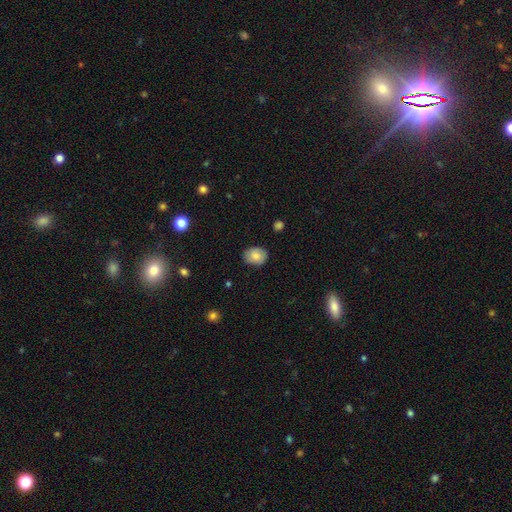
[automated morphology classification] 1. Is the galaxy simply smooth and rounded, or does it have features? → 82% smooth, 11% featured or disk, 8% star or artifact.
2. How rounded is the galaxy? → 60% in between, 40% round, 1% cigar-shaped.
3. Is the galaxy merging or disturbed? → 83% none, 14% minor disturbance, 2% major disturbance, 1% merger.